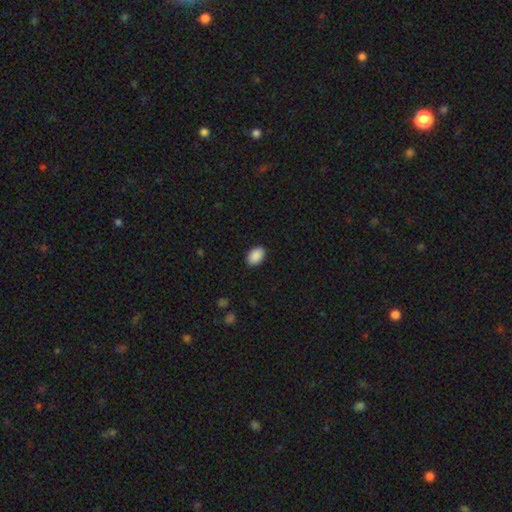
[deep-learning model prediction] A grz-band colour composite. It shows a smooth galaxy with no disk features (90%) that is in between round and cigar-shaped (86%). Merging: none (90%).